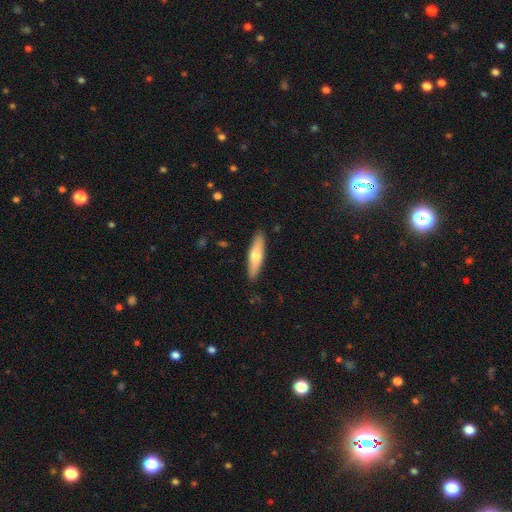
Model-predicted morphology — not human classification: smooth-or-featured: smooth: 62% | featured or disk: 33% | star or artifact: 5%
  how-rounded: cigar-shaped: 68% | in between: 30% | round: 2%
  merging: none: 89% | minor disturbance: 8% | major disturbance: 2% | merger: 1%